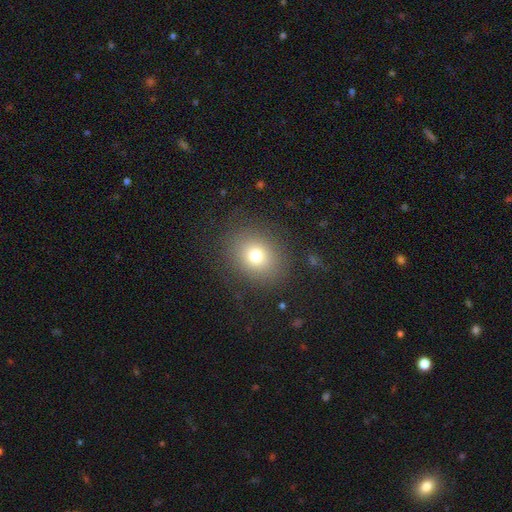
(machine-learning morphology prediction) A smooth galaxy with no disk features (75%) that is round (62%). Merging: none (82%).